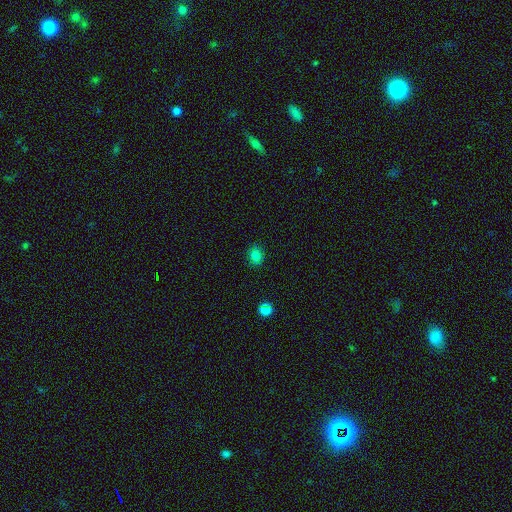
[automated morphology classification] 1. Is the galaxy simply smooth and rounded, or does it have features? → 81% smooth, 14% star or artifact, 5% featured or disk.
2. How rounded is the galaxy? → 56% round, 43% in between, 1% cigar-shaped.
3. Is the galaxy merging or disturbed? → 87% none, 9% minor disturbance, 2% major disturbance, 1% merger.